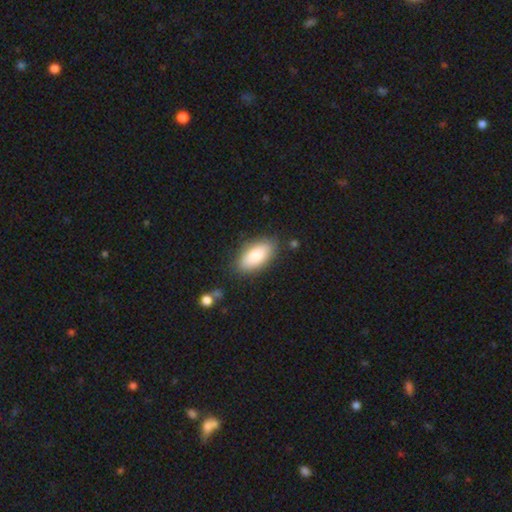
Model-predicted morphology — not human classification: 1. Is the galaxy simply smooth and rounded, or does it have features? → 82% smooth, 11% featured or disk, 6% star or artifact.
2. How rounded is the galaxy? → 91% in between, 7% cigar-shaped, 2% round.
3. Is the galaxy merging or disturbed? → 83% none, 12% minor disturbance, 3% major disturbance, 2% merger.